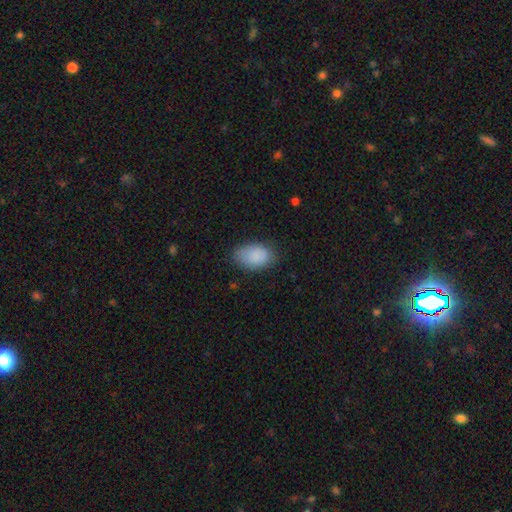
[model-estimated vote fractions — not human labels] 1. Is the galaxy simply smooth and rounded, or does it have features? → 88% smooth, 7% star or artifact, 5% featured or disk.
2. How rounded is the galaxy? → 89% in between, 10% round, 1% cigar-shaped.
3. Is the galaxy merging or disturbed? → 75% none, 20% minor disturbance, 5% major disturbance, 1% merger.